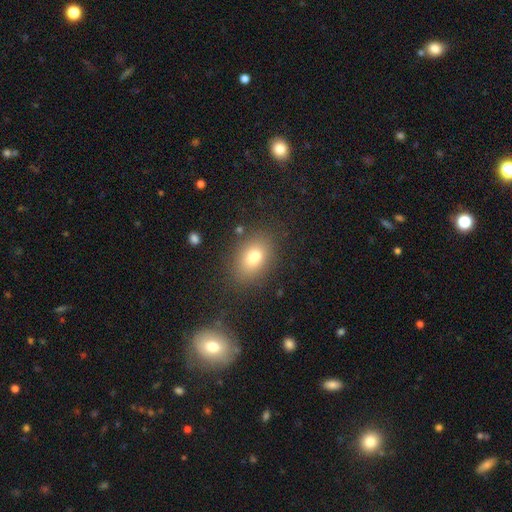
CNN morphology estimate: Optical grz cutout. It shows a smooth galaxy with no disk features (78%) that is in between round and cigar-shaped (80%). Merging: none (82%).